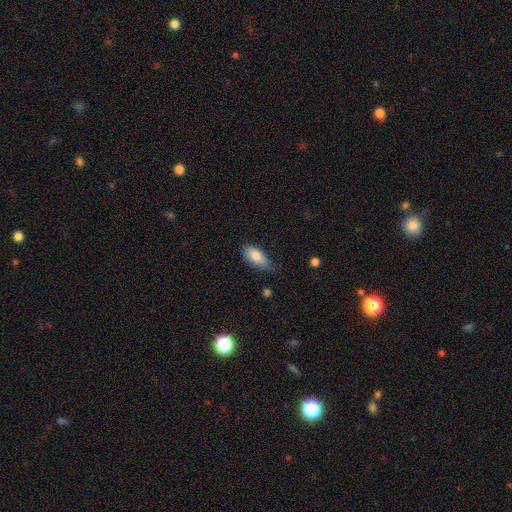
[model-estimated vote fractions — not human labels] smooth_or_featured: smooth (p=0.83) [alt: featured or disk p=0.11]
how_rounded: in between (p=0.88) [alt: cigar-shaped p=0.09]
merging: none (p=0.64) [alt: minor disturbance p=0.30]